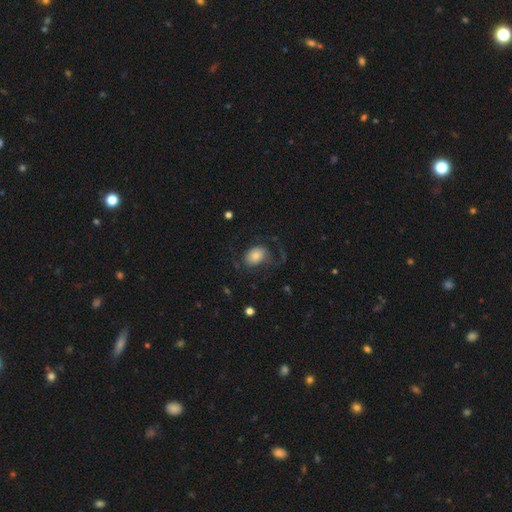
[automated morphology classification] A smooth galaxy with no disk features (62%) that is in between round and cigar-shaped (77%).

Vote fractions:
- Smooth or featured? smooth: 62% / featured or disk: 29% / star or artifact: 9%
- How rounded? in between: 77% / round: 22% / cigar-shaped: 1%
- Merging? none: 48% / major disturbance: 31% / minor disturbance: 19% / merger: 2%